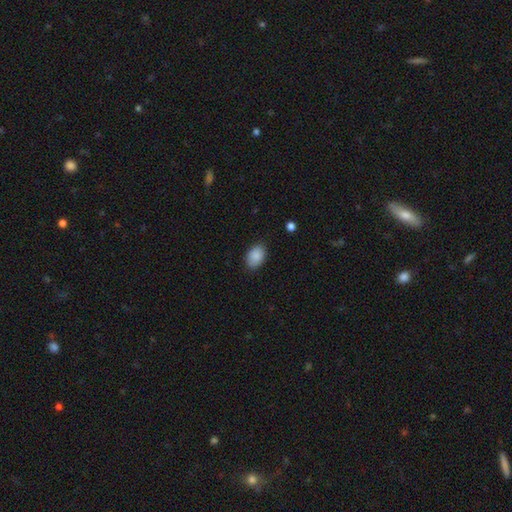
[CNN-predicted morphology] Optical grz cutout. It shows a smooth galaxy with no disk features (89%) that is in between round and cigar-shaped (87%). Merging: none (85%).